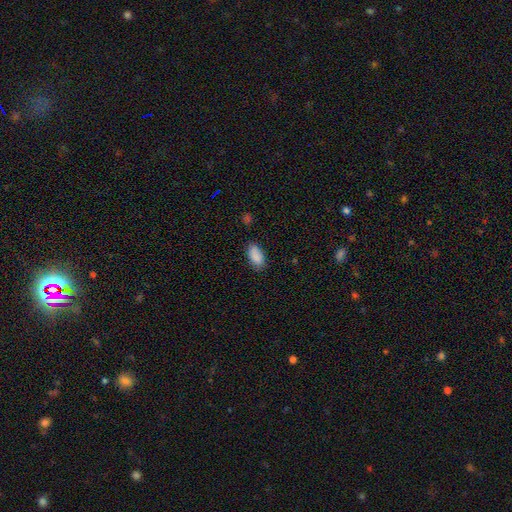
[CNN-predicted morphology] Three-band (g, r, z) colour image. It shows a smooth galaxy with no disk features (87%) that is in between round and cigar-shaped (93%). Merging: none (73%).